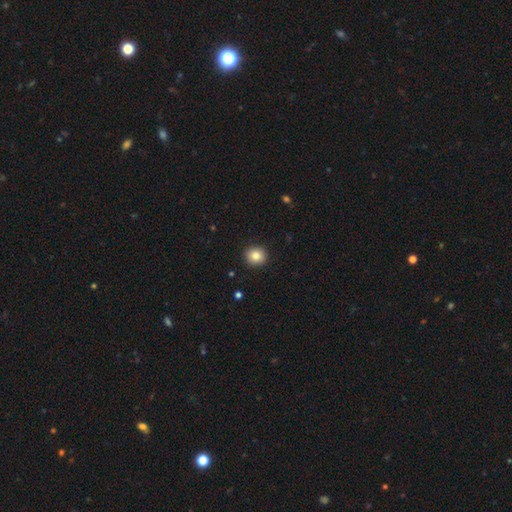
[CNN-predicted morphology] This is clearly a smooth galaxy (84%). How rounded: clearly round (88%). Merging: clearly none (92%).